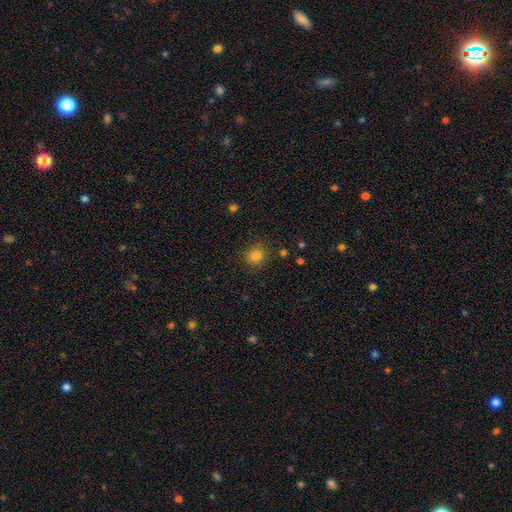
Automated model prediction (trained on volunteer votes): Smooth or featured? Predicted: smooth (p=0.80). How rounded? Predicted: round (p=0.81). Merging? Predicted: none (p=0.85).